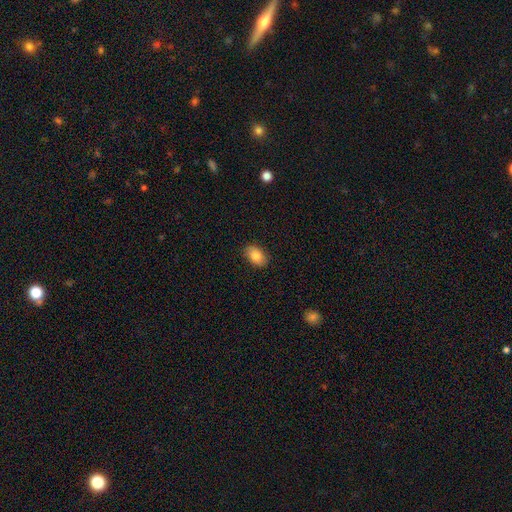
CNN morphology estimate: Smooth or featured?
  - smooth: 84% *
  - featured or disk: 8%
  - star or artifact: 7%
How rounded?
  - in between: 89% *
  - round: 10%
  - cigar-shaped: 1%
Merging?
  - none: 87% *
  - minor disturbance: 10%
  - major disturbance: 2%
  - merger: 1%